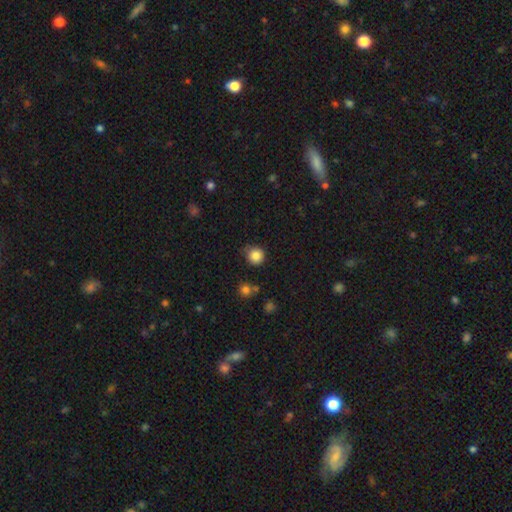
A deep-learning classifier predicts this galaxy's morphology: smooth-or-featured: smooth: 85% | star or artifact: 11% | featured or disk: 4%
  how-rounded: round: 92% | in between: 7% | cigar-shaped: 1%
  merging: none: 77% | minor disturbance: 17% | major disturbance: 3% | merger: 3%